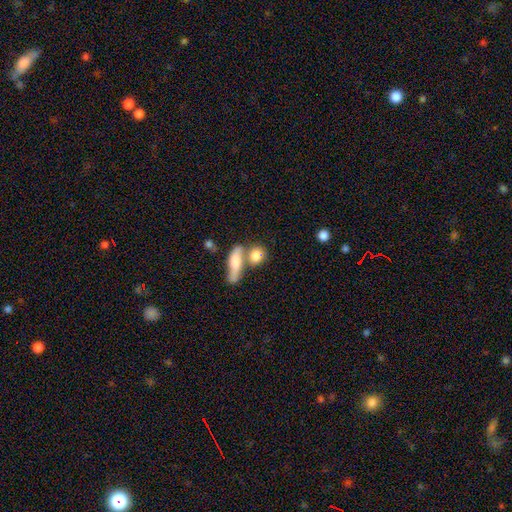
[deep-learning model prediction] Smooth or featured?
  - smooth: 77% *
  - featured or disk: 15%
  - star or artifact: 8%
How rounded?
  - round: 45% *
  - in between: 41%
  - cigar-shaped: 14%
Merging?
  - none: 44% *
  - merger: 38%
  - minor disturbance: 12%
  - major disturbance: 6%